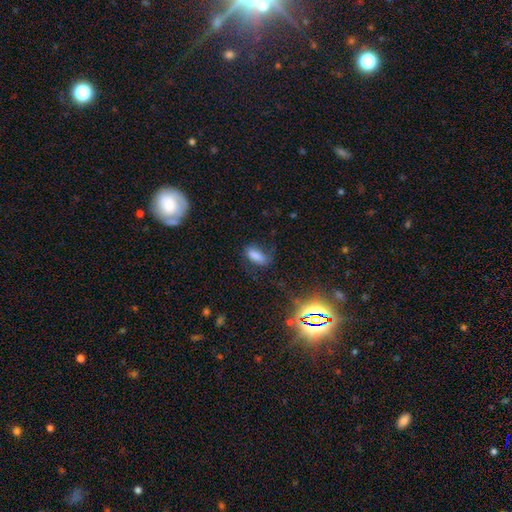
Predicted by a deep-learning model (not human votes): This appears to be a smooth galaxy with no disk features (73%) that is in between round and cigar-shaped (77%). Merging: none (53%).